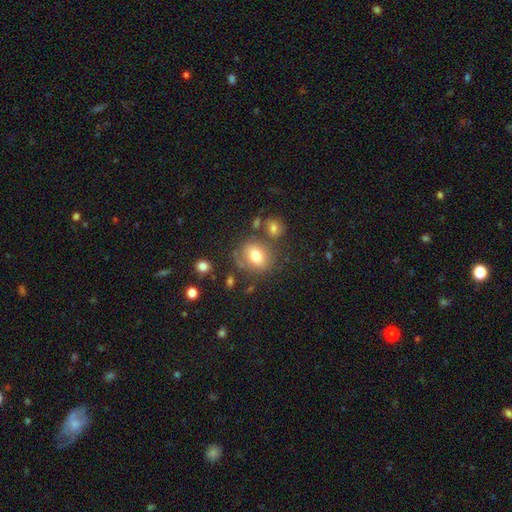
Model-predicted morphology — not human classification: smooth-or-featured: smooth: 74% | featured or disk: 16% | star or artifact: 10%
  how-rounded: round: 52% | in between: 47% | cigar-shaped: 1%
  merging: none: 66% | minor disturbance: 16% | merger: 11% | major disturbance: 7%